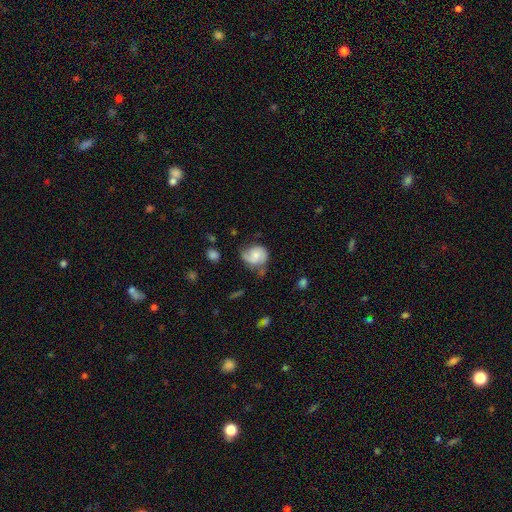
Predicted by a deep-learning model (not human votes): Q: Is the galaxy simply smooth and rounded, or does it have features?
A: featured or disk — 54%.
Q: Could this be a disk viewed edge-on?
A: no — 97%.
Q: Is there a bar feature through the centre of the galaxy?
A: no — 65%.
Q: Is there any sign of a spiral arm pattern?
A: yes — 87%.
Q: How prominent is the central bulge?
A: small — 38%.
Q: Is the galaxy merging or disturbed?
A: none — 47%.